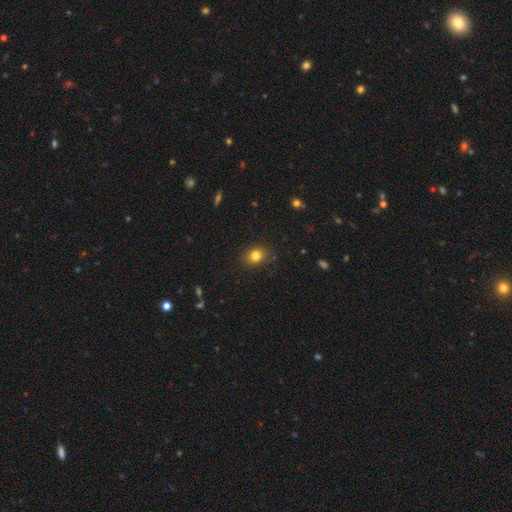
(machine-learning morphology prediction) Smooth or featured?
  - smooth: 81% *
  - star or artifact: 12%
  - featured or disk: 7%
How rounded?
  - in between: 50% *
  - round: 49%
  - cigar-shaped: 1%
Merging?
  - none: 84% *
  - minor disturbance: 12%
  - major disturbance: 3%
  - merger: 1%